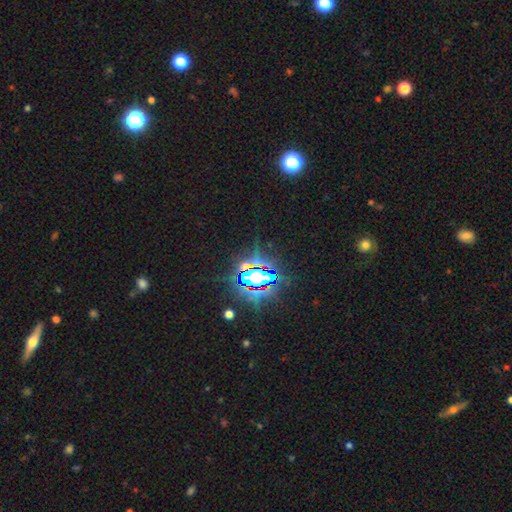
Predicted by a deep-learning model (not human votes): The model was most divided on "smooth or featured": star or artifact: 82%, smooth: 10%, featured or disk: 7%.